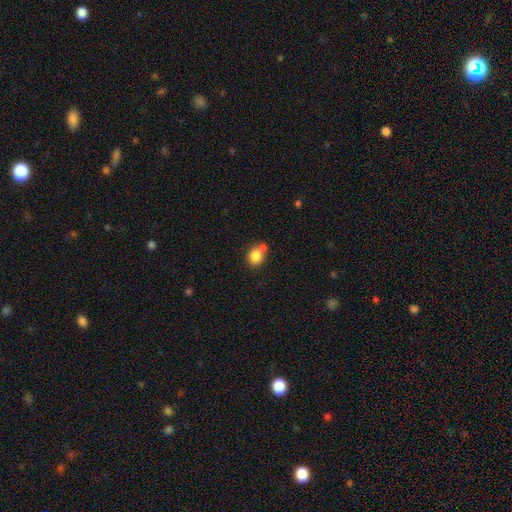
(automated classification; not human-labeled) This is clearly a smooth galaxy (83%). How rounded: likely round (61%). Merging: possibly none (53%).